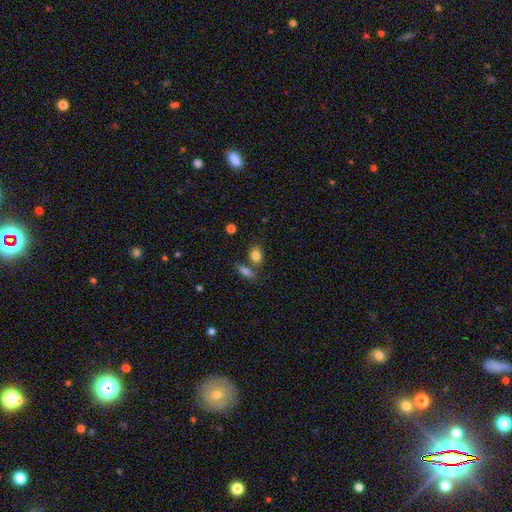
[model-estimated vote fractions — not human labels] Q: Smooth or featured?
A: smooth (84%); runner-up: star or artifact (9%)
Q: How rounded?
A: in between (67%); runner-up: round (30%)
Q: Merging?
A: none (62%); runner-up: merger (23%)